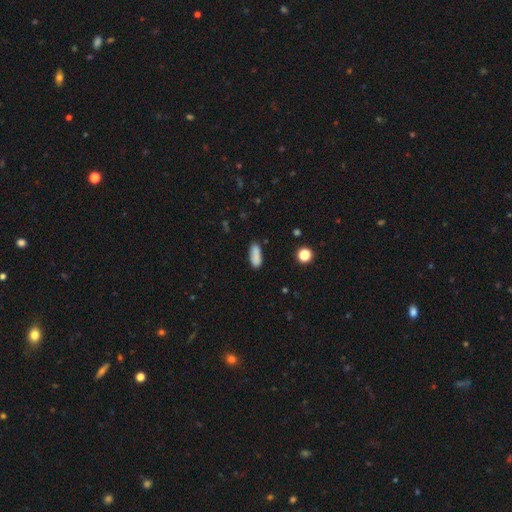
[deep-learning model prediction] The model was most divided on "how rounded": in between: 68%, cigar-shaped: 29%, round: 3%. More confident: smooth or featured — smooth (84%); merging — none (76%).